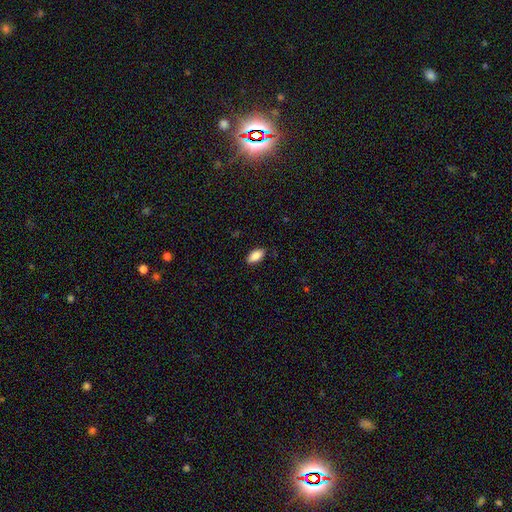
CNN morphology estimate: type=smooth (83%); roundness=in between (91%); merging=none (87%).